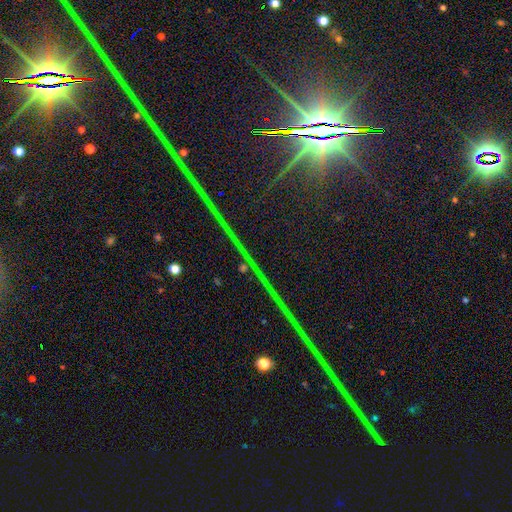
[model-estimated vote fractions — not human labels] Overall: star or artifact (80%).